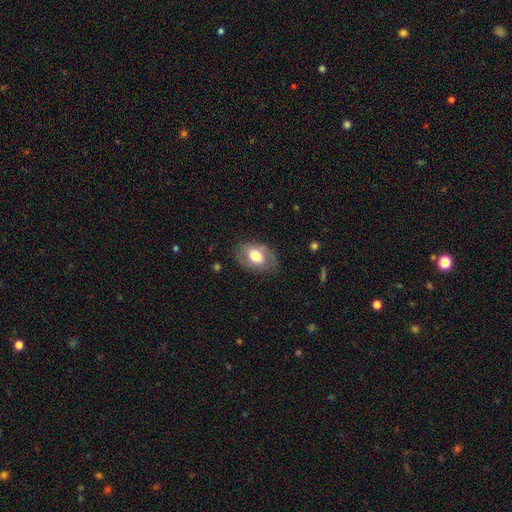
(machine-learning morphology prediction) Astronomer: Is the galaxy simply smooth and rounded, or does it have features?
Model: smooth — 63%.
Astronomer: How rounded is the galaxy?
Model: in between — 80%.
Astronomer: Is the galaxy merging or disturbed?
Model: none — 73%.